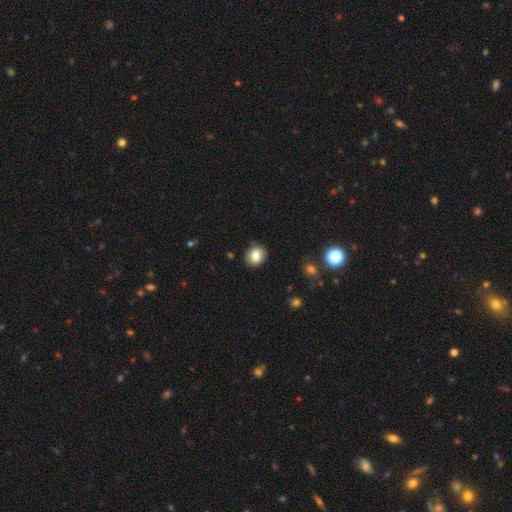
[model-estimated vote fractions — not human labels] Q: Smooth or featured?
A: smooth (81%); runner-up: featured or disk (10%)
Q: How rounded?
A: round (70%); runner-up: in between (29%)
Q: Merging?
A: none (87%); runner-up: minor disturbance (9%)